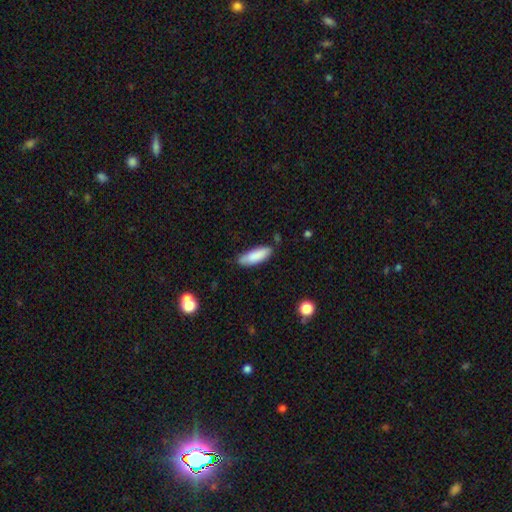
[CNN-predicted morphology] smooth_or_featured: smooth (p=0.86) [alt: featured or disk p=0.08]
how_rounded: in between (p=0.59) [alt: cigar-shaped p=0.39]
merging: none (p=0.74) [alt: minor disturbance p=0.20]